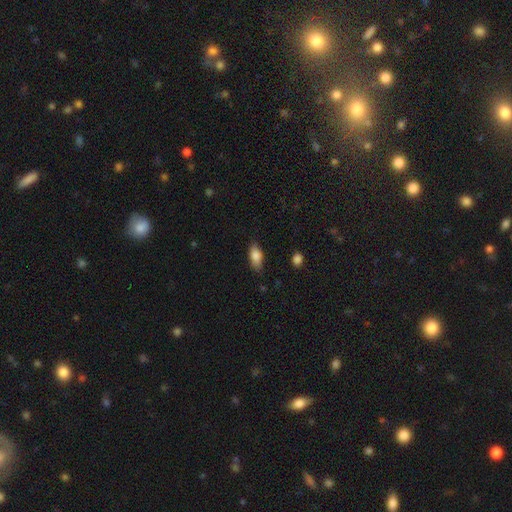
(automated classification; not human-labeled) The model was most divided on "merging": none: 80%, minor disturbance: 16%, major disturbance: 3%, merger: 1%. More confident: how rounded — in between (86%); smooth or featured — smooth (84%).